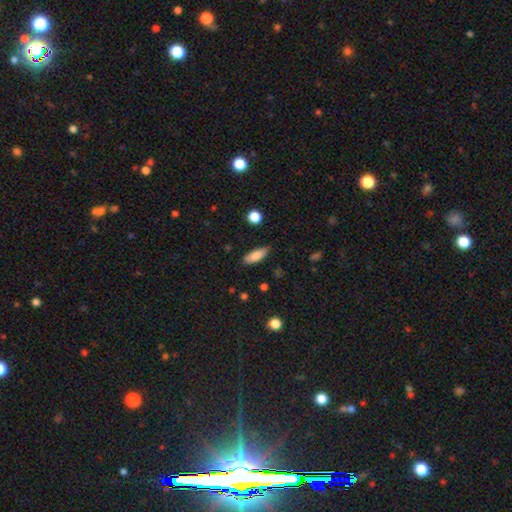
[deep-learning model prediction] Q: Smooth or featured?
A: smooth (83%); runner-up: featured or disk (10%)
Q: How rounded?
A: in between (67%); runner-up: cigar-shaped (31%)
Q: Merging?
A: none (83%); runner-up: minor disturbance (13%)